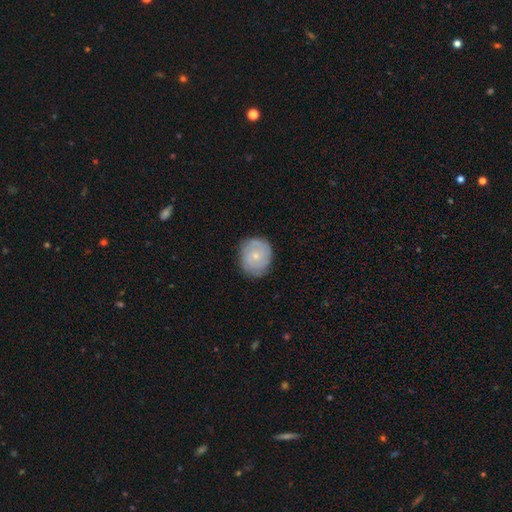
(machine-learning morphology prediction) A featured or disk galaxy (58%) with no bar (81%), spiral arms (83%) and a small central bulge (67%). Merging: none (80%).